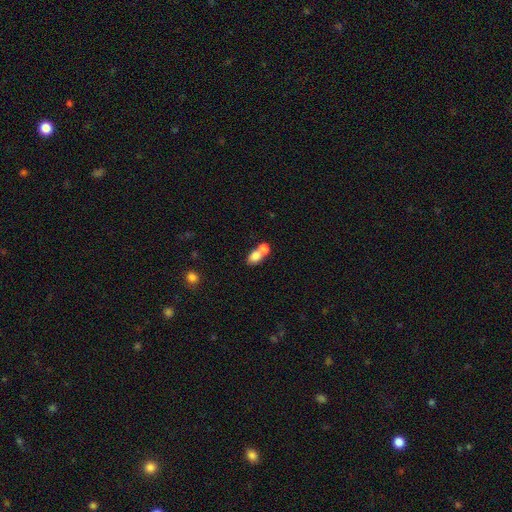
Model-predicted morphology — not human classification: smooth_or_featured: smooth (p=0.77) [alt: featured or disk p=0.14]
how_rounded: in between (p=0.68) [alt: round p=0.30]
merging: merger (p=0.64) [alt: none p=0.25]